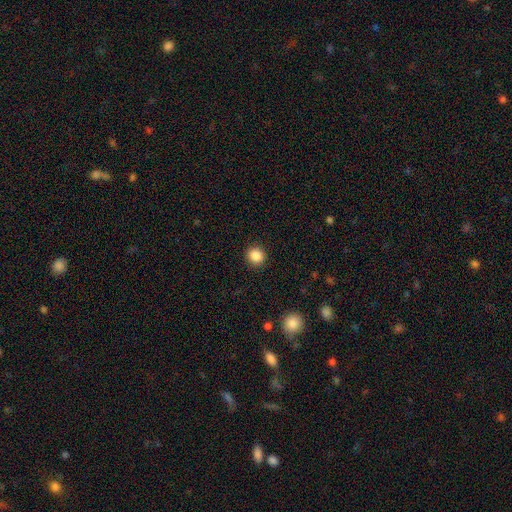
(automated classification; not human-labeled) Q: Smooth or featured?
A: smooth (87%); runner-up: star or artifact (10%)
Q: How rounded?
A: round (88%); runner-up: in between (11%)
Q: Merging?
A: none (91%); runner-up: minor disturbance (6%)